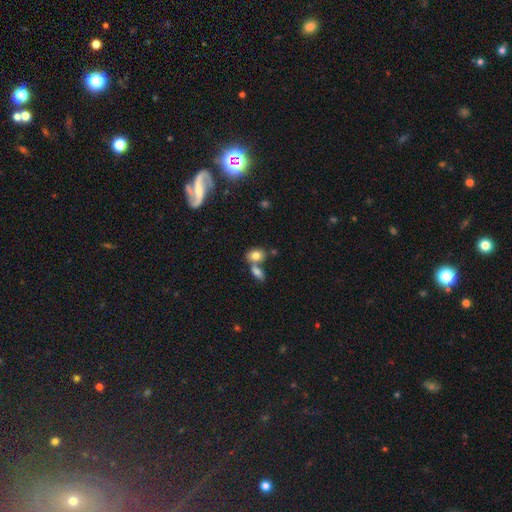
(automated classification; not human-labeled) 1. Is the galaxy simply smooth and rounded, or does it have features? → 78% smooth, 12% featured or disk, 10% star or artifact.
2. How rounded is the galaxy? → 71% in between, 27% round, 2% cigar-shaped.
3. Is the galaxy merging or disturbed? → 46% none, 39% merger, 11% minor disturbance, 4% major disturbance.